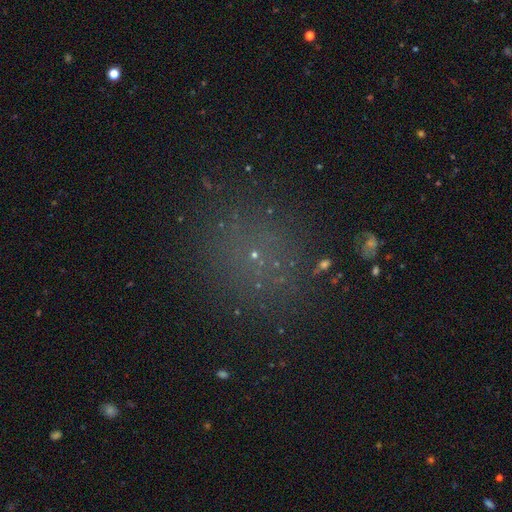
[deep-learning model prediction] A smooth galaxy with no disk features (53%) that is round (82%).

Vote fractions:
- Smooth or featured? smooth: 53% / star or artifact: 37% / featured or disk: 10%
- How rounded? round: 82% / in between: 17% / cigar-shaped: 1%
- Merging? none: 84% / minor disturbance: 9% / major disturbance: 5% / merger: 2%